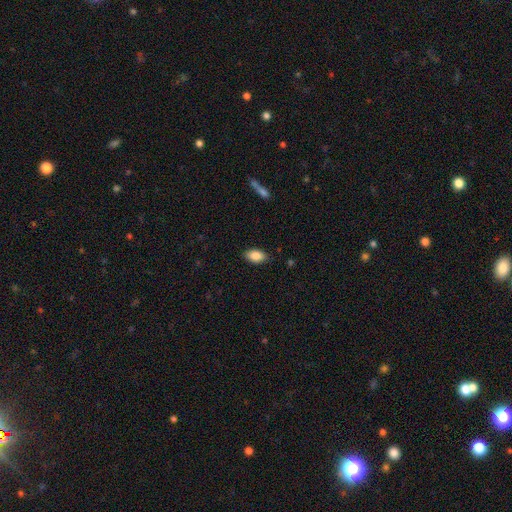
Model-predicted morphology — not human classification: The model was most divided on "merging": none: 86%, minor disturbance: 11%, major disturbance: 2%, merger: 1%. More confident: how rounded — in between (93%); smooth or featured — smooth (87%).